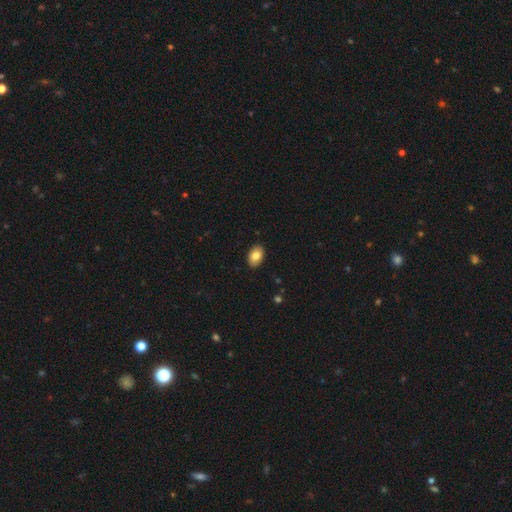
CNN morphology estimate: A smooth galaxy with no disk features (83%) that is in between round and cigar-shaped (91%). Merging: none (90%).